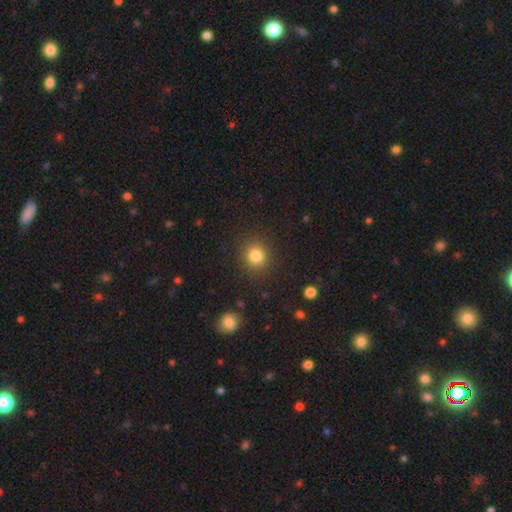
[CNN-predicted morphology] type=smooth (82%); roundness=round (88%); merging=none (89%).